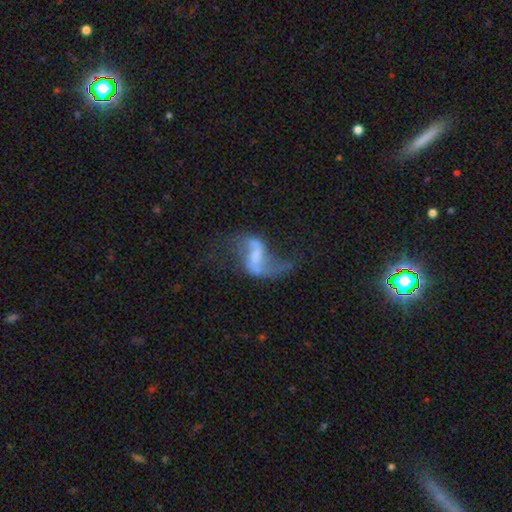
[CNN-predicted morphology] A featured or disk galaxy (85%) with a weak bar (44%), 2 (88%) loose (86%) spiral arms (93%) and a small central bulge (41%). Merging: none (59%).